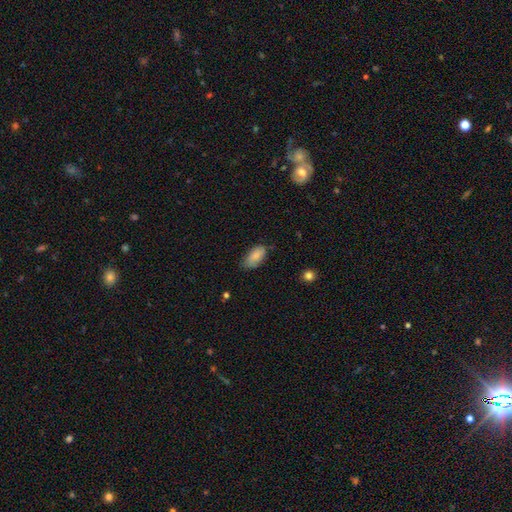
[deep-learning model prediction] This is clearly a smooth galaxy (85%). How rounded: clearly in between (92%). Merging: likely none (67%).